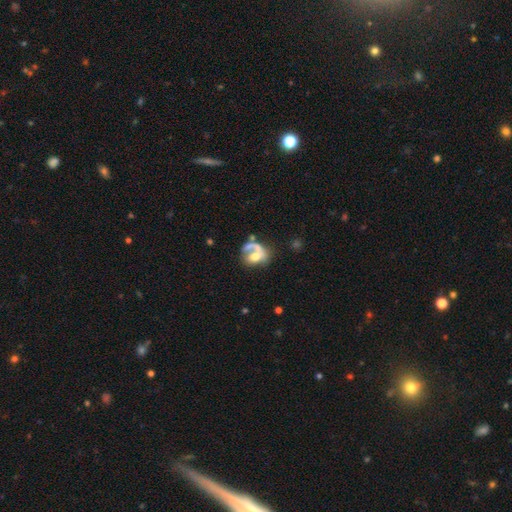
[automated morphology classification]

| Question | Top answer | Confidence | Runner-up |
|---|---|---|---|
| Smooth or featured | featured or disk | 51% | smooth (41%) |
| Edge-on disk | no | 97% | yes (3%) |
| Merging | merger | 32% | none (28%) |